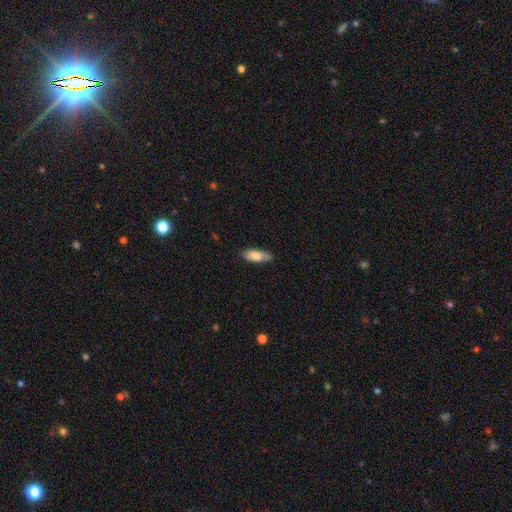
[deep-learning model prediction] This appears to be a smooth galaxy with no disk features (78%) that is in between round and cigar-shaped (65%). Merging: none (78%).